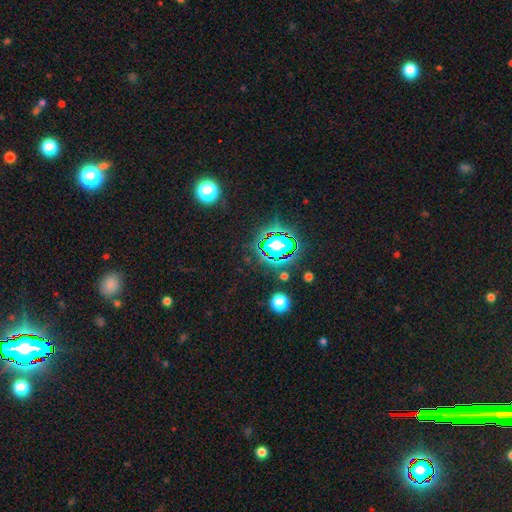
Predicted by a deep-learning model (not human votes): Smooth or featured: star or artifact — 81% (smooth — 12%)